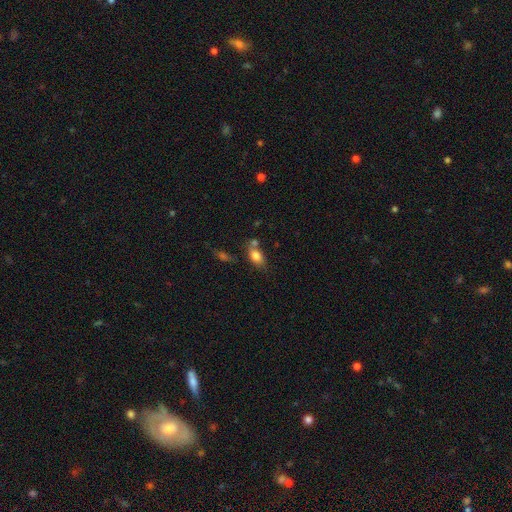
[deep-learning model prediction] Smooth or featured? Predicted: smooth (p=0.80). How rounded? Predicted: in between (p=0.82). Merging? Predicted: none (p=0.52).